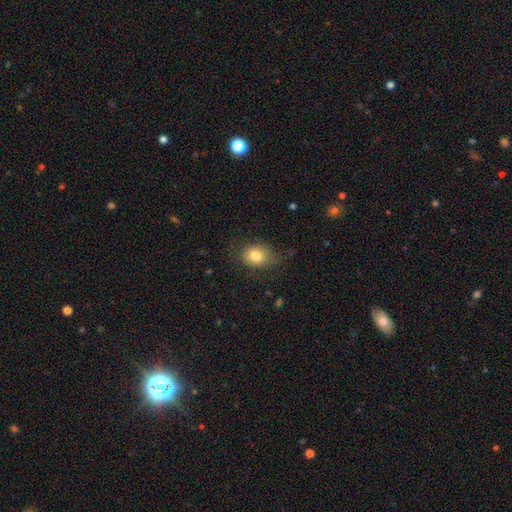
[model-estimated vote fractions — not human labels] Overall: smooth (81%). How rounded: in between (50%; round 49%). Merging: none (70%).